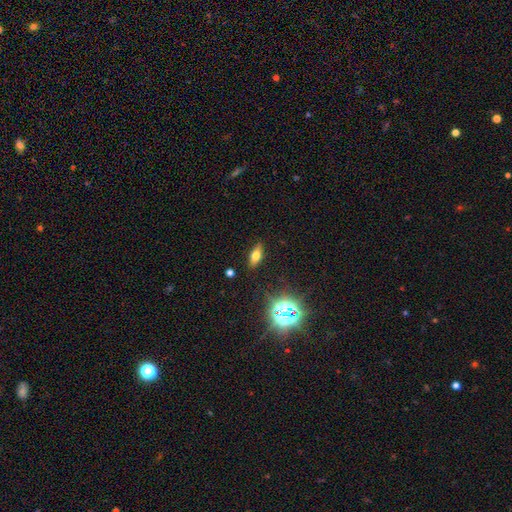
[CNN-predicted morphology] A smooth galaxy with no disk features (59%) that is in between round and cigar-shaped (75%).

Vote fractions:
- Smooth or featured? smooth: 59% / featured or disk: 23% / star or artifact: 17%
- How rounded? in between: 75% / cigar-shaped: 20% / round: 5%
- Merging? none: 88% / minor disturbance: 9% / major disturbance: 2% / merger: 1%